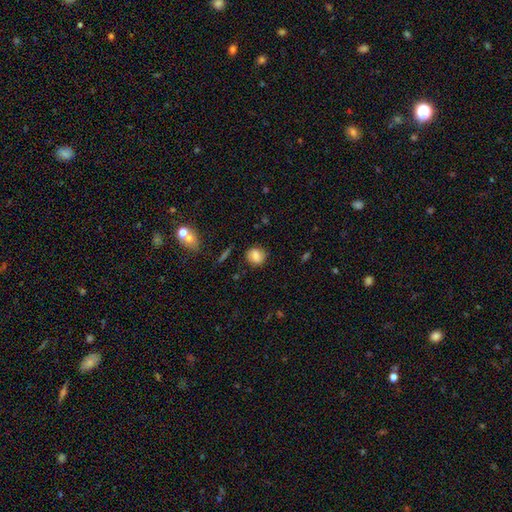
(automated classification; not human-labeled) The model was most divided on "how rounded": round: 67%, in between: 31%, cigar-shaped: 2%. More confident: merging — none (78%); smooth or featured — smooth (77%).